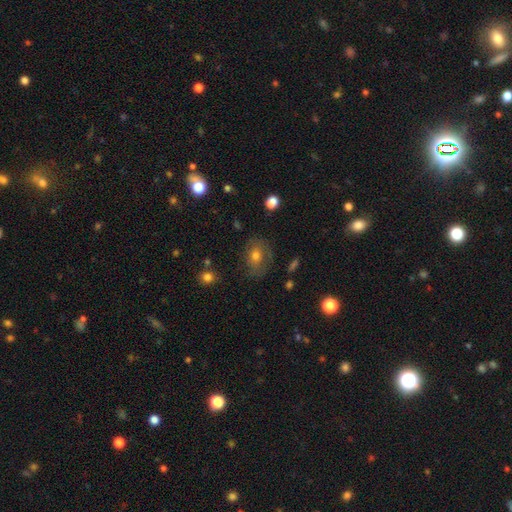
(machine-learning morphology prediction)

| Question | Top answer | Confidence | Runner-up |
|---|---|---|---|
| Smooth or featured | smooth | 58% | featured or disk (30%) |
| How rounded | in between | 58% | round (40%) |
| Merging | none | 69% | minor disturbance (20%) |